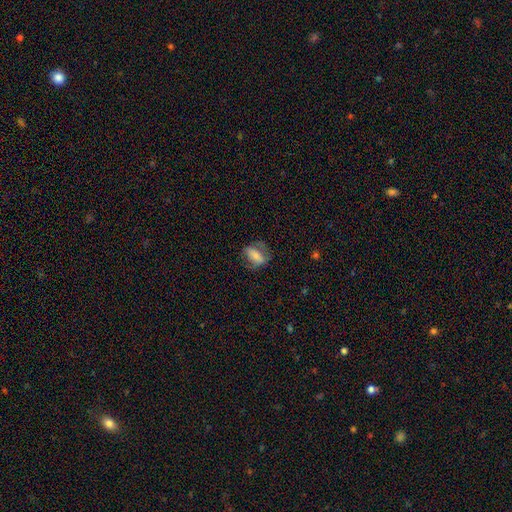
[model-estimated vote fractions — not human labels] smooth-or-featured: smooth: 60% | featured or disk: 32% | star or artifact: 8%
  how-rounded: in between: 77% | round: 15% | cigar-shaped: 8%
  merging: none: 62% | minor disturbance: 22% | major disturbance: 14% | merger: 2%